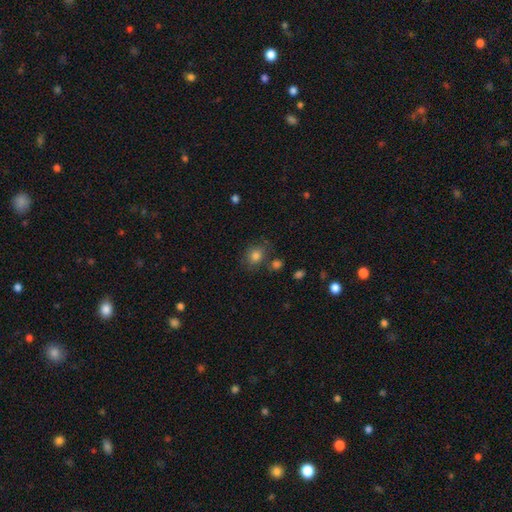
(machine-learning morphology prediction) Smooth or featured? Predicted: smooth (p=0.81). How rounded? Predicted: round (p=0.64). Merging? Predicted: none (p=0.70).